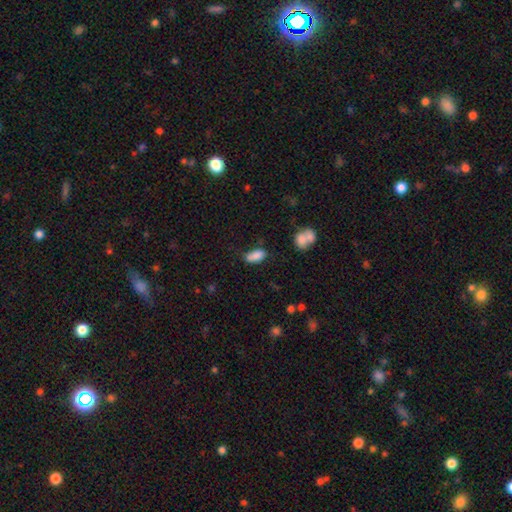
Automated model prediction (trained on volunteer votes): Smooth or featured? smooth (83%)
How rounded? in between (89%)
Merging? none (53%)